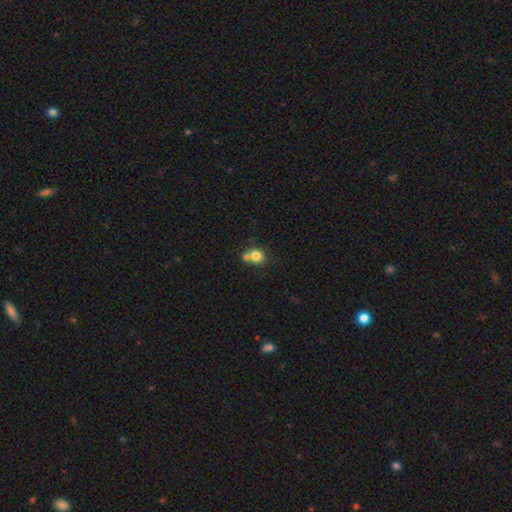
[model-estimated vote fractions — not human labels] This is likely a smooth galaxy (78%). How rounded: likely round (80%). Merging: marginally merger (45%).